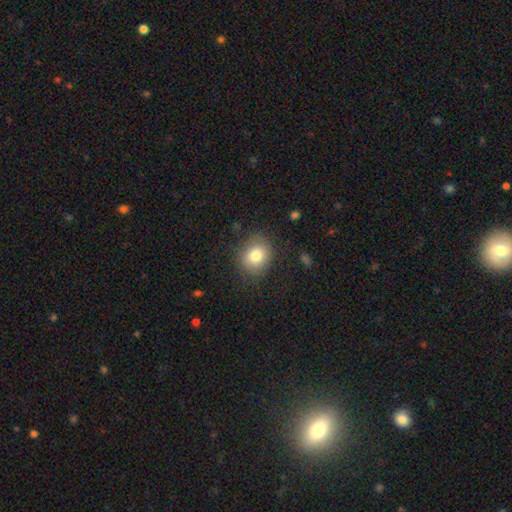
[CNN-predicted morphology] This is likely a smooth galaxy (79%). How rounded: likely round (64%). Merging: likely none (79%).